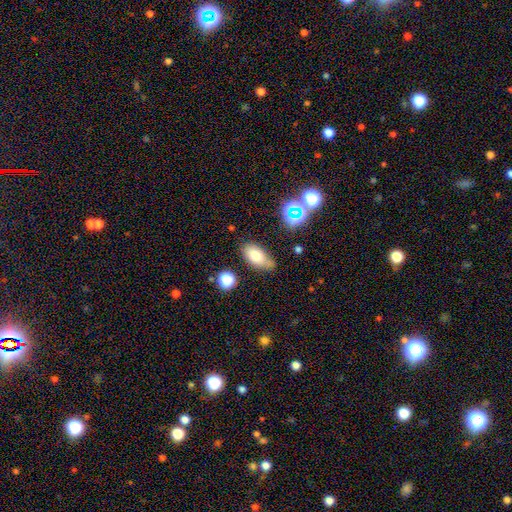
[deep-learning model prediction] smooth 73%, featured or disk 16%, star or artifact 12%. Down the decision tree: how rounded — in between (89%); merging — none (63%).